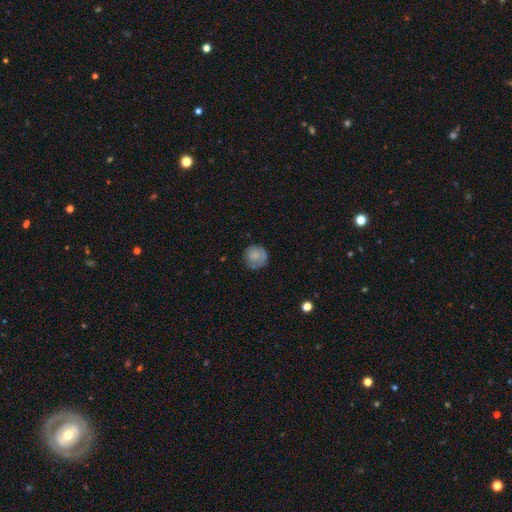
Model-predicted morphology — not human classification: This is likely a smooth galaxy (73%). How rounded: clearly round (92%). Merging: likely none (74%).